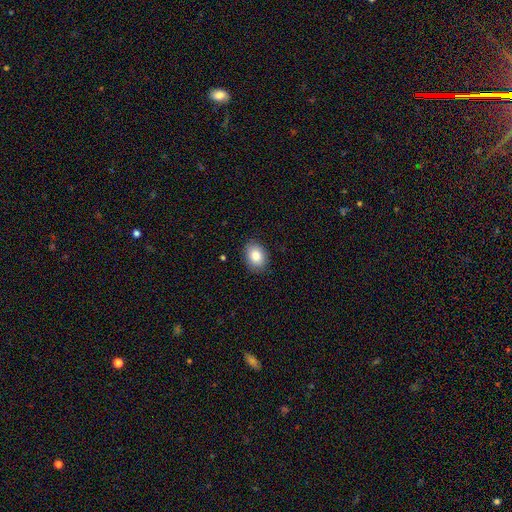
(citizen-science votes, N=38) This is clearly a smooth galaxy (95%). How rounded: likely in between (69%). Merging: clearly none (89%).